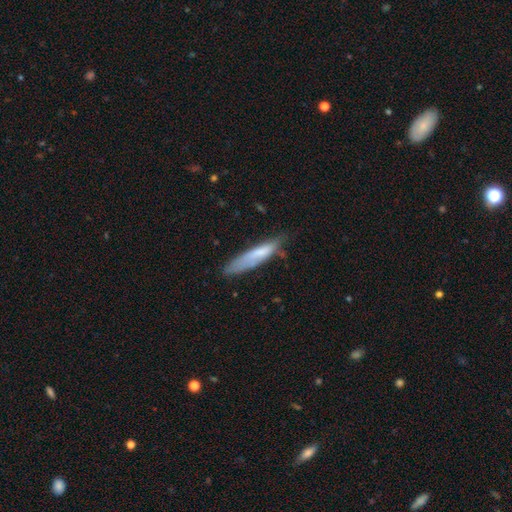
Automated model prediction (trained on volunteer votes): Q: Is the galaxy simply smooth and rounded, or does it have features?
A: smooth — 65%.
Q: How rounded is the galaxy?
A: cigar-shaped — 84%.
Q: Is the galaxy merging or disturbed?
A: none — 61%.